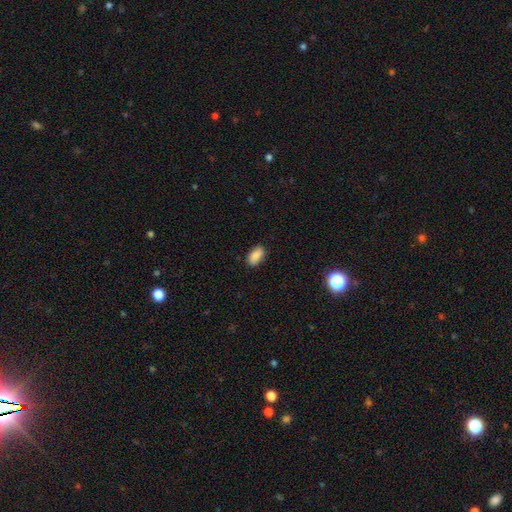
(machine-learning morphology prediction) A smooth galaxy with no disk features (86%) that is in between round and cigar-shaped (92%). Merging: none (86%).